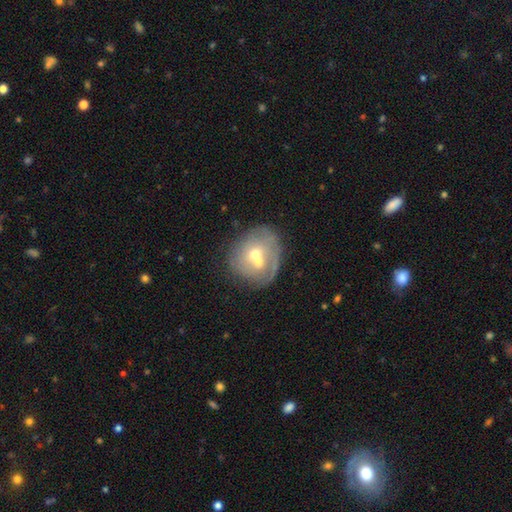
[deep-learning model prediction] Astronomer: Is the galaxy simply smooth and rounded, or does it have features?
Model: featured or disk — 46% (runner-up: smooth, 45%).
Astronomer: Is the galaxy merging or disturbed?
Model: merger — 44% (runner-up: none, 38%).